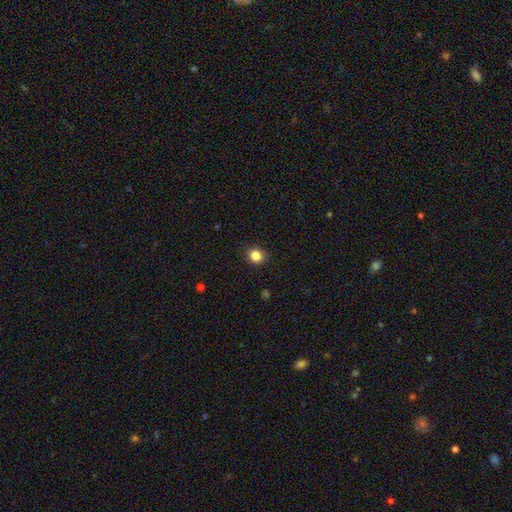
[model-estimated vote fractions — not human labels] The model was most divided on "how rounded": round: 79%, in between: 20%, cigar-shaped: 1%. More confident: merging — none (91%); smooth or featured — smooth (85%).